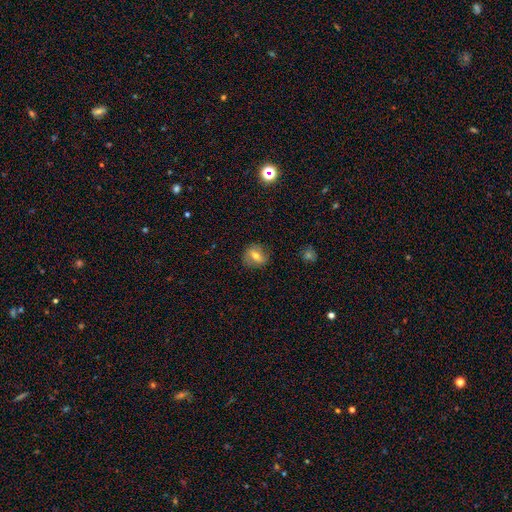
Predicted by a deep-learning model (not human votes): This is possibly a smooth galaxy (56%). How rounded: likely round (65%). Merging: clearly none (80%).